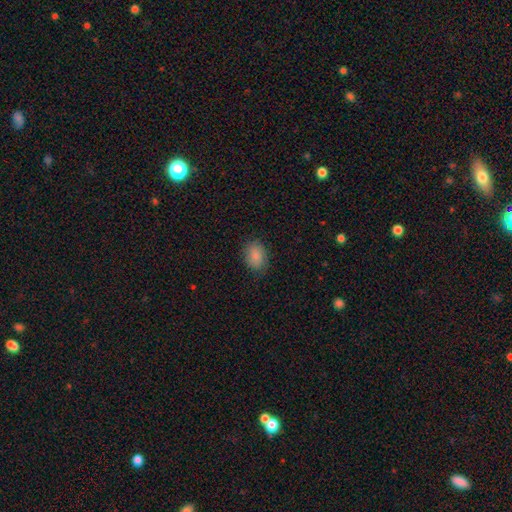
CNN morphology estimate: A smooth galaxy with no disk features (87%) that is in between round and cigar-shaped (72%).

Vote fractions:
- Smooth or featured? smooth: 87% / star or artifact: 8% / featured or disk: 5%
- How rounded? in between: 72% / round: 27% / cigar-shaped: 1%
- Merging? none: 82% / minor disturbance: 14% / major disturbance: 4% / merger: 1%